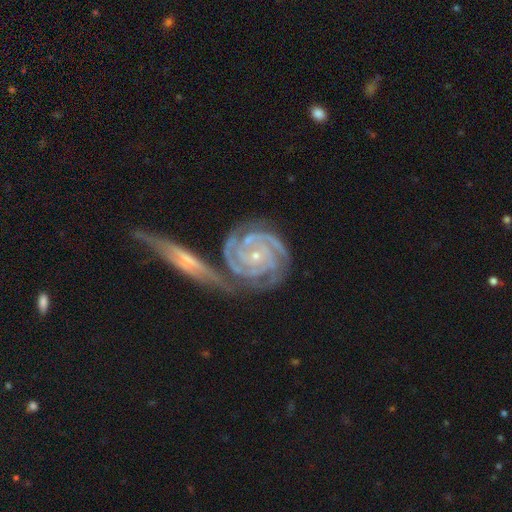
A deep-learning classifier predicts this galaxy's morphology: Smooth or featured? featured or disk (93%)
Edge-on disk? no (97%)
Bar? no (69%)
Spiral arms? yes (99%)
Spiral winding? tight (84%)
Spiral arm count? 3 (37%)
Bulge size? small (83%)
Merging? none (52%)